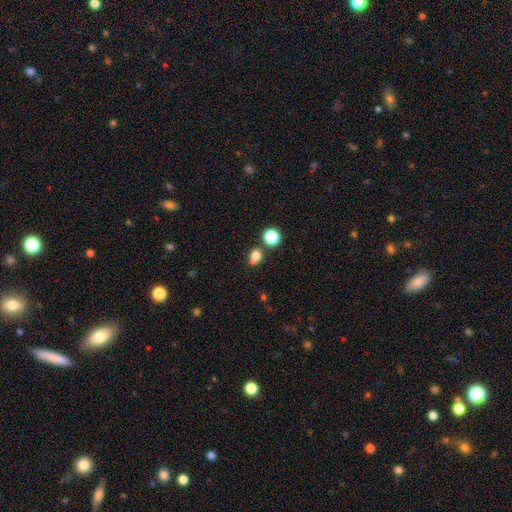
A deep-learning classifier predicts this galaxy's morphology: Q: Smooth or featured?
A: smooth (78%); runner-up: star or artifact (14%)
Q: How rounded?
A: round (60%); runner-up: in between (39%)
Q: Merging?
A: none (60%); runner-up: merger (18%)